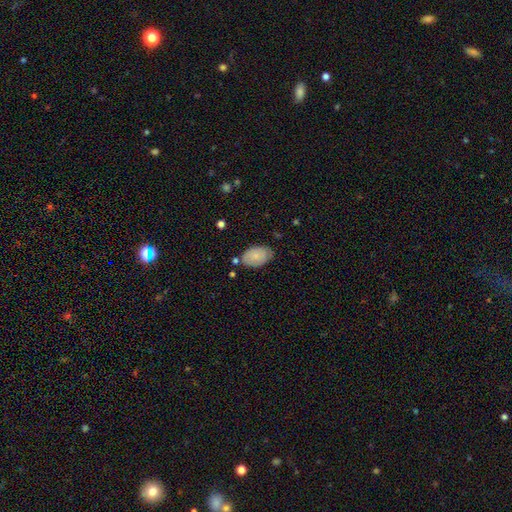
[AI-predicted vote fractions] Smooth or featured? smooth (79%)
How rounded? in between (91%)
Merging? none (70%)